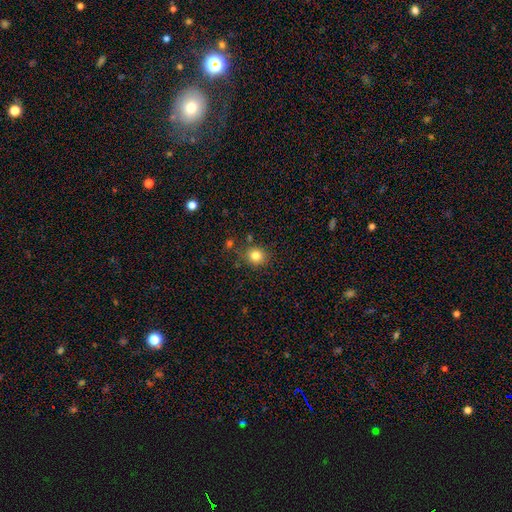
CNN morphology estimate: This is clearly a smooth galaxy (82%). How rounded: clearly round (84%). Merging: clearly none (82%).